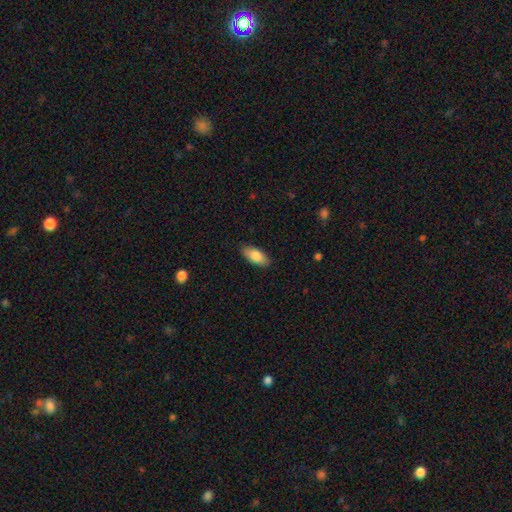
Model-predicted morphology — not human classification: A smooth galaxy with no disk features (84%) that is in between round and cigar-shaped (88%).

Vote fractions:
- Smooth or featured? smooth: 84% / featured or disk: 10% / star or artifact: 6%
- How rounded? in between: 88% / cigar-shaped: 10% / round: 2%
- Merging? none: 88% / minor disturbance: 9% / major disturbance: 2% / merger: 1%